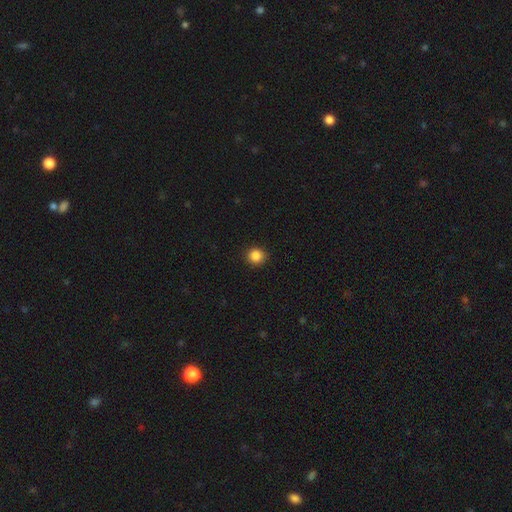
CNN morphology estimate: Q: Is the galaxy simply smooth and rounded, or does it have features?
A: smooth — 86%.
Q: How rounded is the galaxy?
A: round — 92%.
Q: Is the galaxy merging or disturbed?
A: none — 91%.